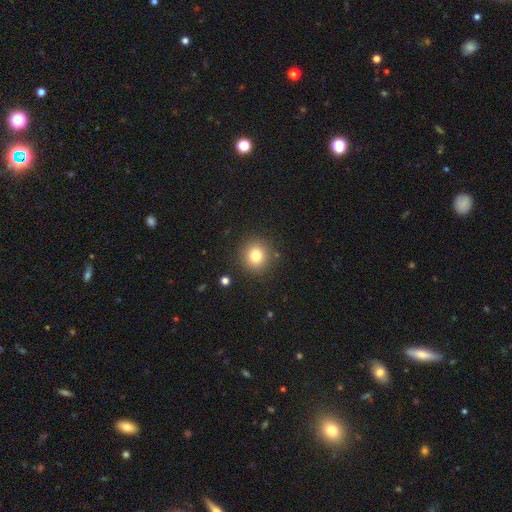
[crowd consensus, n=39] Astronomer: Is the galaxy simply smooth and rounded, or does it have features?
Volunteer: smooth — 90%.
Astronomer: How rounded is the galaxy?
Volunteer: round — 94%.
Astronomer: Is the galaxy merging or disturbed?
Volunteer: none — 80%.